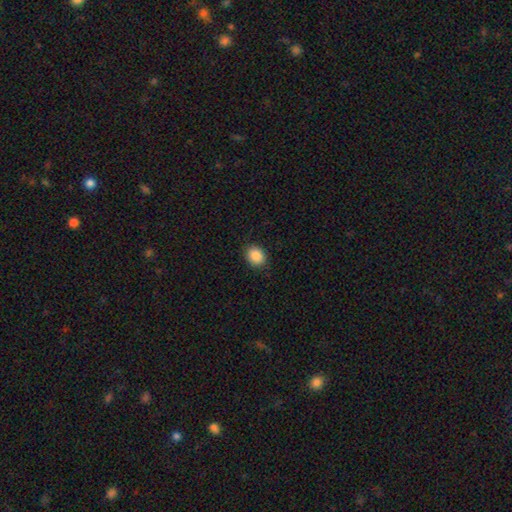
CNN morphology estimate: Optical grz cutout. It shows a smooth galaxy with no disk features (89%) that is in between round and cigar-shaped (51%). Merging: none (88%).